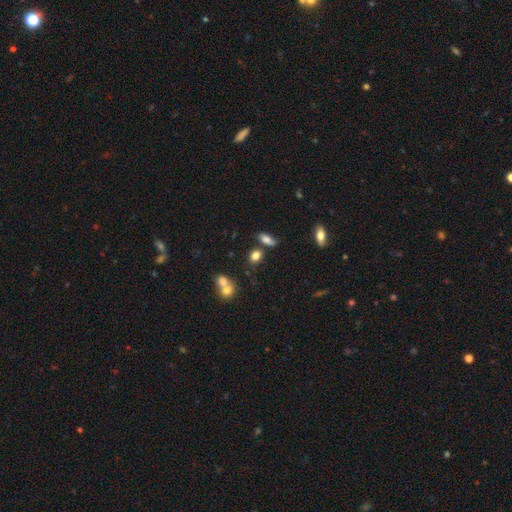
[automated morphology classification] type=smooth (79%); roundness=in between (51%); merging=none (64%).